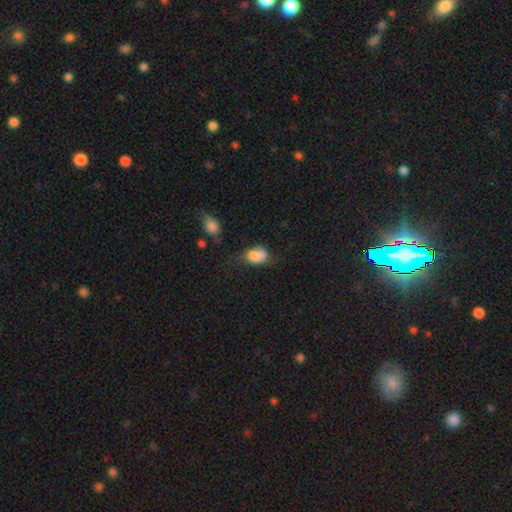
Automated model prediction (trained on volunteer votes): smooth_or_featured: smooth (p=0.74) [alt: featured or disk p=0.16]
how_rounded: in between (p=0.74) [alt: round p=0.25]
merging: none (p=0.30) [alt: minor disturbance p=0.27]